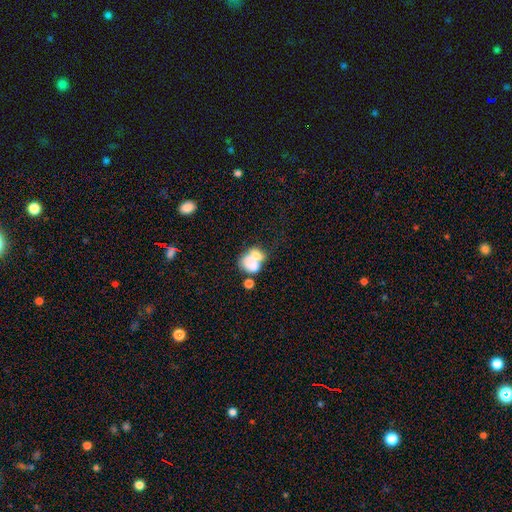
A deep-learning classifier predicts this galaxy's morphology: A smooth galaxy with no disk features (54%) that is in between round and cigar-shaped (54%).

Vote fractions:
- Smooth or featured? smooth: 54% / featured or disk: 35% / star or artifact: 11%
- How rounded? in between: 54% / round: 44% / cigar-shaped: 1%
- Merging? merger: 48% / none: 23% / major disturbance: 15% / minor disturbance: 14%